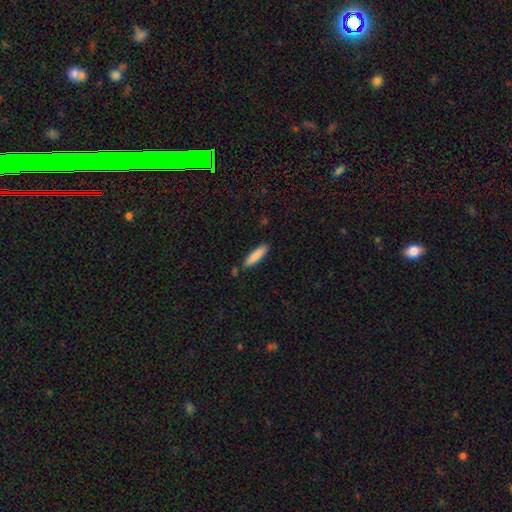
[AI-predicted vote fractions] smooth-or-featured: smooth: 86% | featured or disk: 9% | star or artifact: 6%
  how-rounded: cigar-shaped: 73% | in between: 25% | round: 1%
  merging: none: 81% | minor disturbance: 13% | merger: 3% | major disturbance: 3%